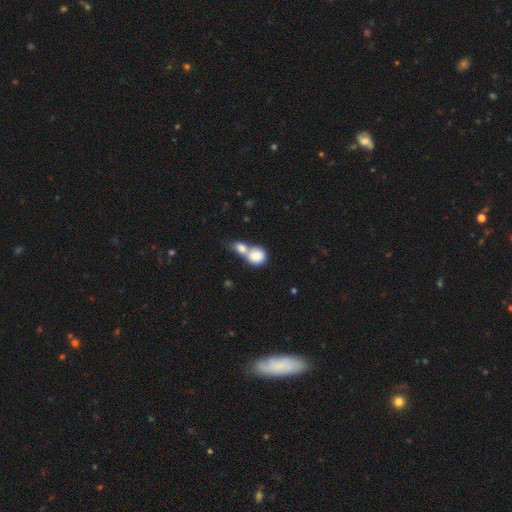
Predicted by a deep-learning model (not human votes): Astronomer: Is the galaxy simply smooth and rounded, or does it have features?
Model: smooth — 81%.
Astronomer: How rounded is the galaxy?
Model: round — 74%.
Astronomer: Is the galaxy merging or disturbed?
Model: merger — 70%.